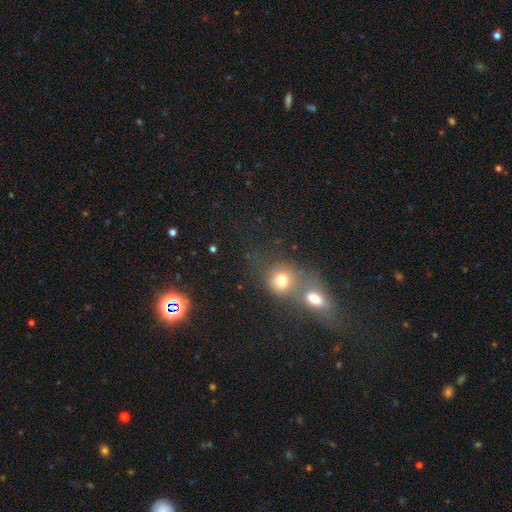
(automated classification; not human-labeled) smooth-or-featured: smooth: 55% | star or artifact: 27% | featured or disk: 17%
  how-rounded: round: 70% | in between: 27% | cigar-shaped: 3%
  merging: merger: 63% | none: 26% | minor disturbance: 6% | major disturbance: 5%